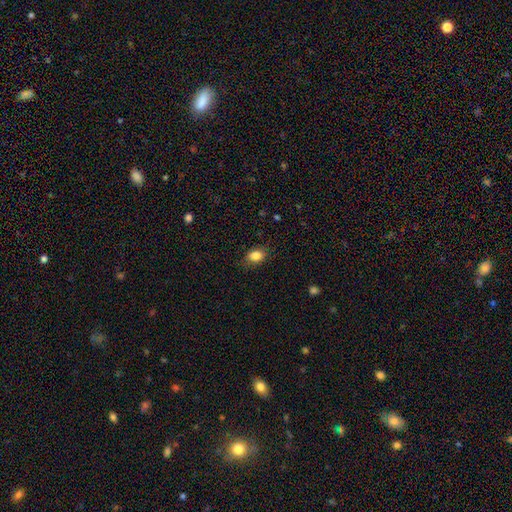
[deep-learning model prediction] Q: Smooth or featured?
A: smooth (85%); runner-up: star or artifact (9%)
Q: How rounded?
A: in between (76%); runner-up: round (22%)
Q: Merging?
A: none (81%); runner-up: minor disturbance (14%)